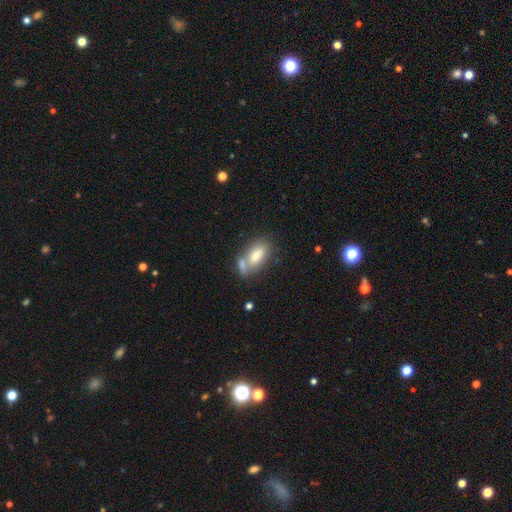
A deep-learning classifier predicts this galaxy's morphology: Q: Smooth or featured?
A: smooth (76%); runner-up: featured or disk (16%)
Q: How rounded?
A: in between (89%); runner-up: round (6%)
Q: Merging?
A: none (45%); runner-up: merger (37%)